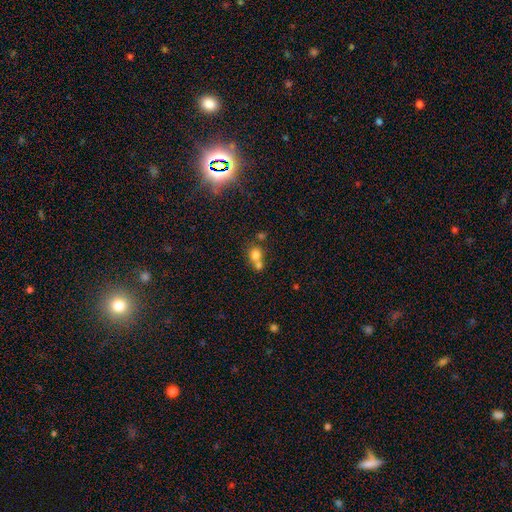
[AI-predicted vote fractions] smooth 76%, star or artifact 13%, featured or disk 12%. Down the decision tree: how rounded — round (80%); merging — merger (54%).